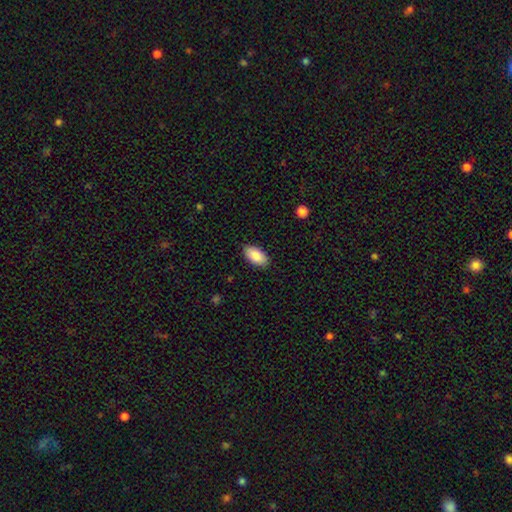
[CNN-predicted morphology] type=smooth (87%); roundness=in between (95%); merging=none (87%).